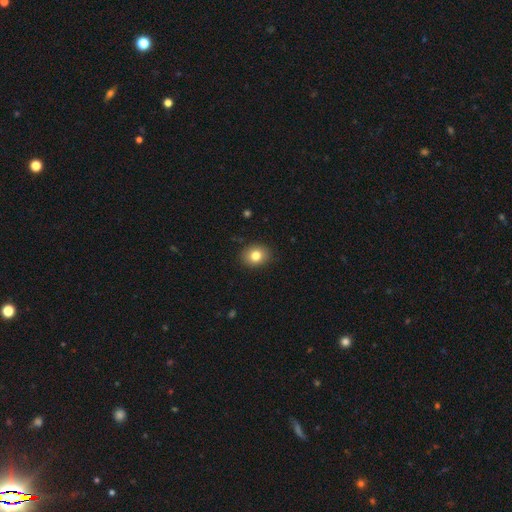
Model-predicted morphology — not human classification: A smooth galaxy with no disk features (81%) that is round (59%). Merging: none (89%).